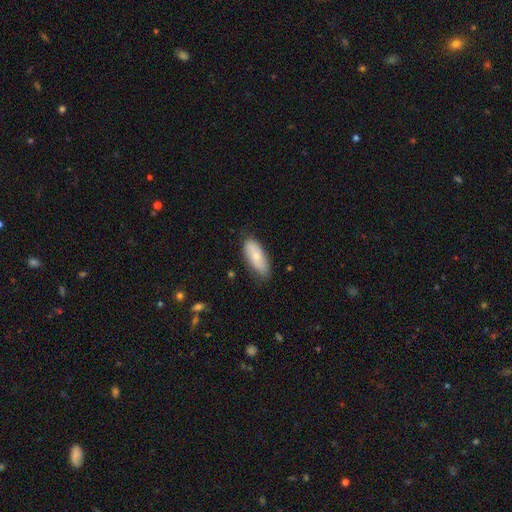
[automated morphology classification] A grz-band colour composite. It shows a smooth galaxy with no disk features (68%) that is in between round and cigar-shaped (82%). Merging: none (75%).